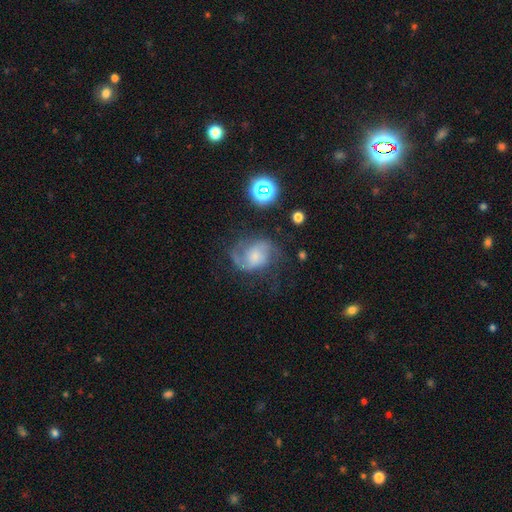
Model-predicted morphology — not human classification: A featured or disk galaxy (76%) with no bar (57%), 2 (75%) medium (49%) spiral arms (94%) and a small central bulge (45%).

Vote fractions:
- Smooth or featured? featured or disk: 76% / smooth: 15% / star or artifact: 9%
- Edge-on disk? no: 98% / yes: 2%
- Bar? no: 57% / weak: 36% / strong: 7%
- Spiral arms? yes: 94% / no: 6%
- Spiral winding? medium: 49% / loose: 32% / tight: 18%
- Spiral arm count? 2: 75% / 1: 9% / can't tell: 9% / 3: 4% / 4: 2% / more than 4: 2%
- Bulge size? small: 45% / moderate: 32% / none: 12% / large: 8% / dominant: 2%
- Merging? none: 54% / major disturbance: 23% / minor disturbance: 21% / merger: 3%